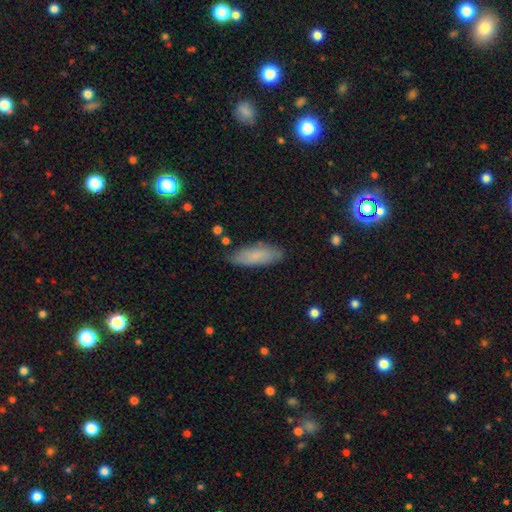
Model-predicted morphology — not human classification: Smooth or featured: smooth — 80% (featured or disk — 13%)
How rounded: in between — 61% (cigar-shaped — 37%)
Merging: none — 81% (minor disturbance — 15%)